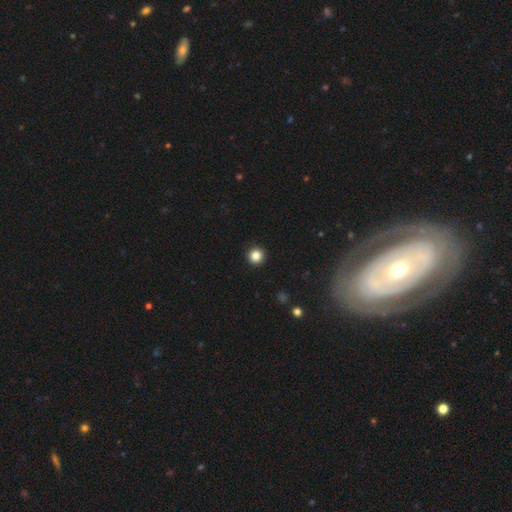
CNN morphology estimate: Smooth or featured? smooth (84%)
How rounded? round (96%)
Merging? none (94%)